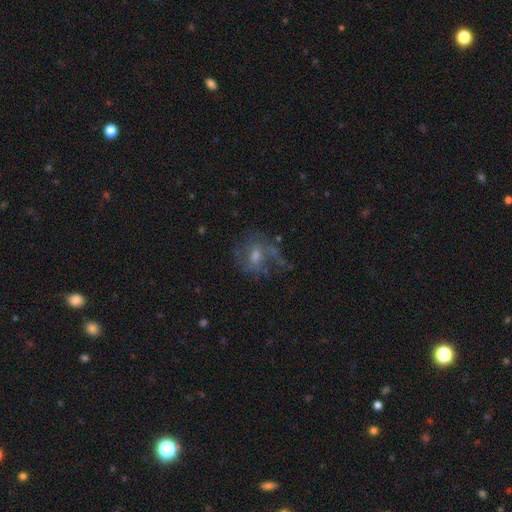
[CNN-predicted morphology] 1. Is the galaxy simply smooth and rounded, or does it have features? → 59% featured or disk, 26% smooth, 15% star or artifact.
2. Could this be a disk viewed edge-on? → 96% no, 4% yes.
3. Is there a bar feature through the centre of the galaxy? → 53% no, 39% weak, 8% strong.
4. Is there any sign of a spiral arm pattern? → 64% yes, 36% no.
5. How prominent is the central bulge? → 52% moderate, 33% small, 8% none, 6% large, 1% dominant.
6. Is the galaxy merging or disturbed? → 49% none, 26% major disturbance, 21% minor disturbance, 4% merger.